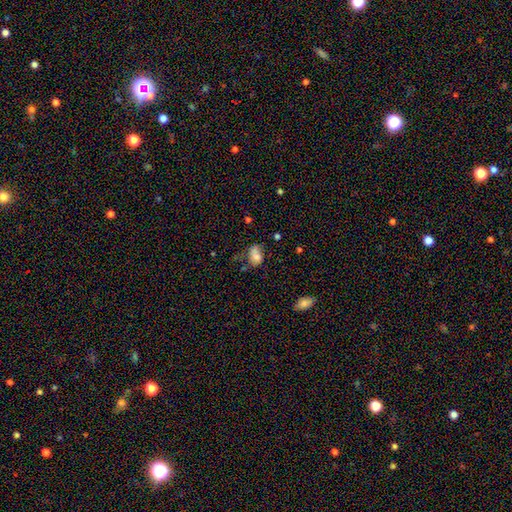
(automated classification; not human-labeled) Overall: smooth (68%). How rounded: in between (79%). Merging: none (33%; minor disturbance 30%).